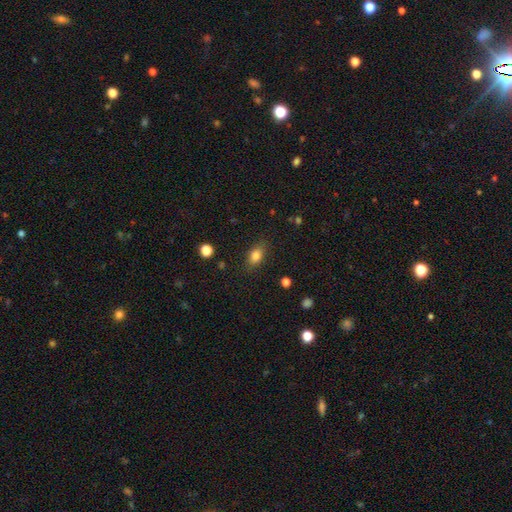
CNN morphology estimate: A smooth galaxy with no disk features (82%) that is in between round and cigar-shaped (79%). Merging: none (83%).